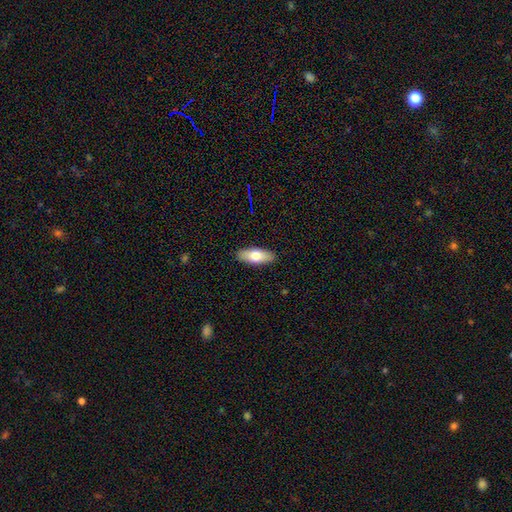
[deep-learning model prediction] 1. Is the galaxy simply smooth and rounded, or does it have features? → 71% smooth, 23% featured or disk, 6% star or artifact.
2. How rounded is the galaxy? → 77% in between, 20% cigar-shaped, 3% round.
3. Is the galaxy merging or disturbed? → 90% none, 8% minor disturbance, 2% major disturbance, 1% merger.